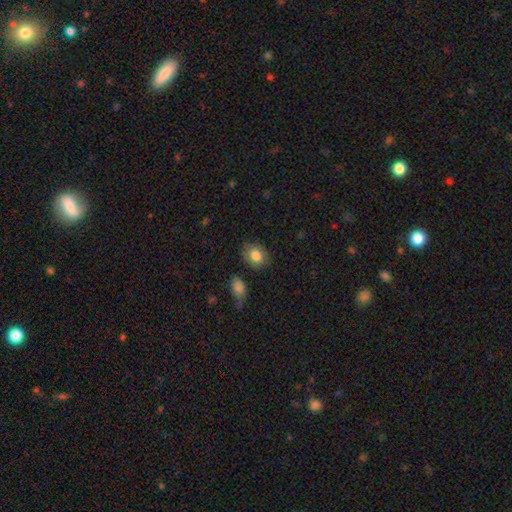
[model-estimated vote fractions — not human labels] Smooth or featured? Predicted: smooth (p=0.84). How rounded? Predicted: in between (p=0.60). Merging? Predicted: none (p=0.80).